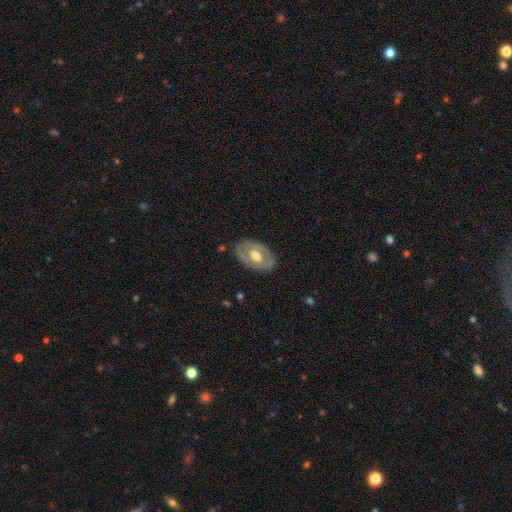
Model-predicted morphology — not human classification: A featured or disk galaxy (60%) with no bar (59%), no spiral arms (72%) and a moderate central bulge (70%). Merging: none (80%).